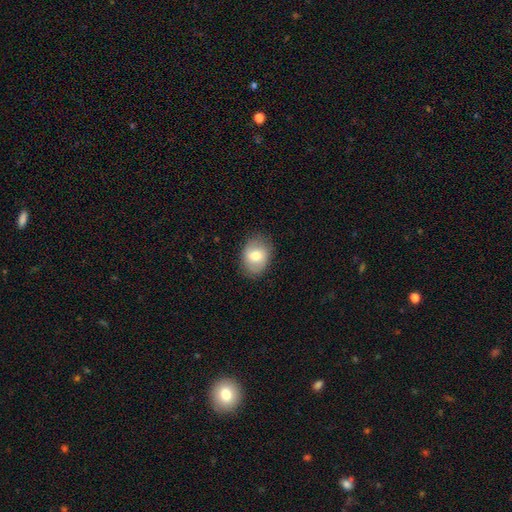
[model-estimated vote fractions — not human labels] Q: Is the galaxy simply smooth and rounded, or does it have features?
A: smooth — 71%.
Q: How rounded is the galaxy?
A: in between — 66%.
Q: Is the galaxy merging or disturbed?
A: none — 83%.